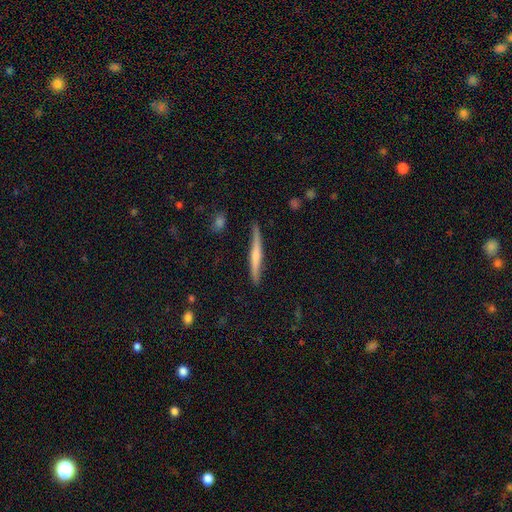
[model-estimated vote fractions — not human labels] Q: Smooth or featured?
A: featured or disk (50%); runner-up: smooth (44%)
Q: Edge-on disk?
A: yes (94%); runner-up: no (6%)
Q: Merging?
A: none (82%); runner-up: minor disturbance (14%)